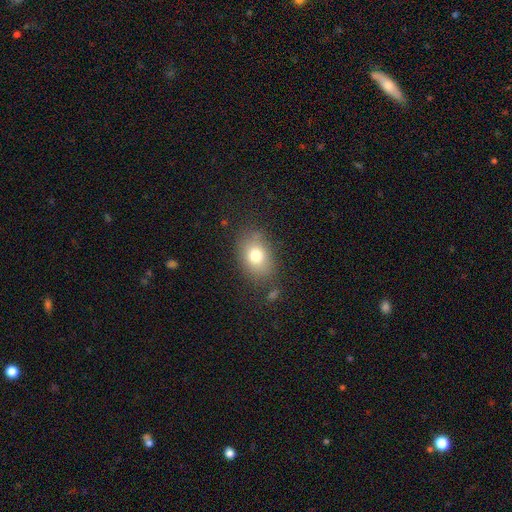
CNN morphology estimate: smooth 76%, featured or disk 13%, star or artifact 11%. Down the decision tree: how rounded — in between (73%); merging — none (75%).